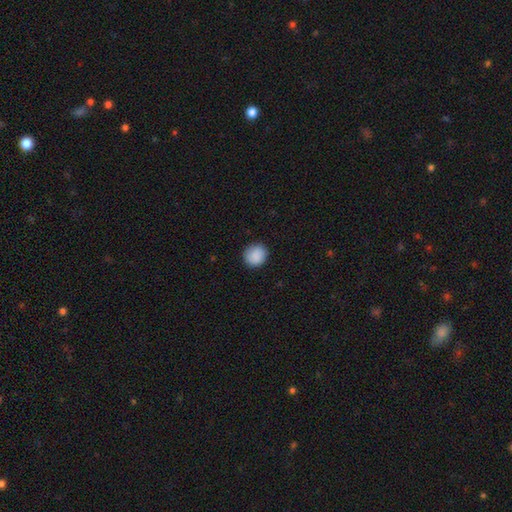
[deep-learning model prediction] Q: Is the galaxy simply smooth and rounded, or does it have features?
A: smooth — 89%.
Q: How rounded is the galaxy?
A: round — 86%.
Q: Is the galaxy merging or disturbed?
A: none — 88%.